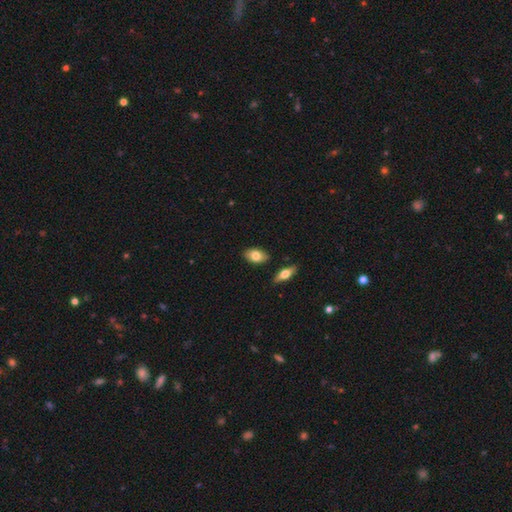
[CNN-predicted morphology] A smooth galaxy with no disk features (78%) that is in between round and cigar-shaped (90%).

Vote fractions:
- Smooth or featured? smooth: 78% / featured or disk: 16% / star or artifact: 6%
- How rounded? in between: 90% / round: 7% / cigar-shaped: 3%
- Merging? none: 85% / minor disturbance: 10% / merger: 3% / major disturbance: 2%